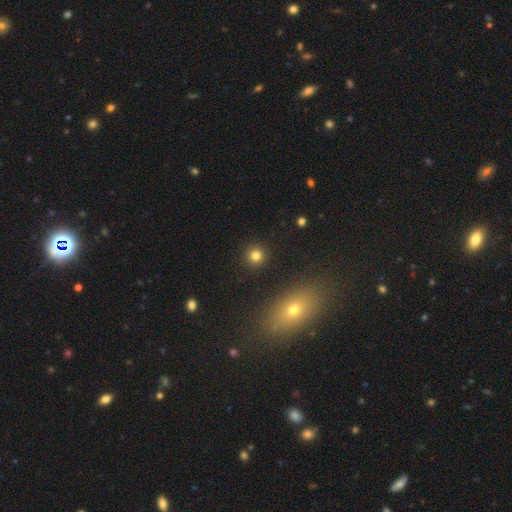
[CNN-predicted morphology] Smooth or featured?
  - smooth: 81% *
  - star or artifact: 13%
  - featured or disk: 6%
How rounded?
  - round: 93% *
  - in between: 6%
  - cigar-shaped: 1%
Merging?
  - none: 91% *
  - minor disturbance: 5%
  - merger: 2%
  - major disturbance: 2%